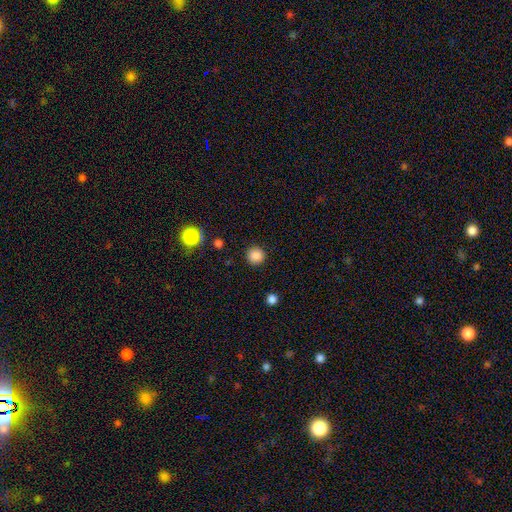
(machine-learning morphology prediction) Q: Smooth or featured?
A: smooth (86%); runner-up: star or artifact (11%)
Q: How rounded?
A: round (94%); runner-up: in between (5%)
Q: Merging?
A: none (90%); runner-up: minor disturbance (6%)